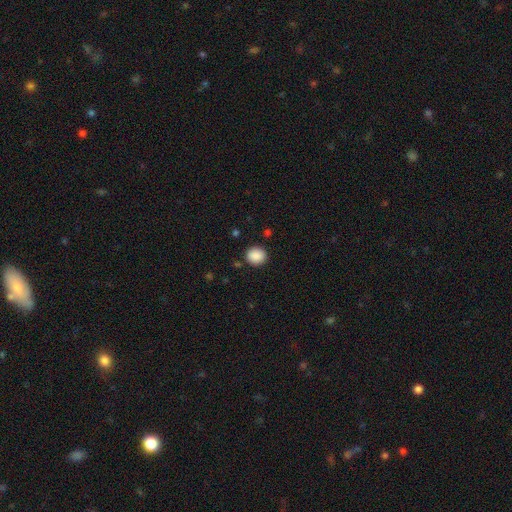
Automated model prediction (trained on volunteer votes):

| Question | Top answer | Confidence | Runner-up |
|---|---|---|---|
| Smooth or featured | smooth | 89% | star or artifact (8%) |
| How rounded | round | 82% | in between (17%) |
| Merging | none | 88% | minor disturbance (8%) |